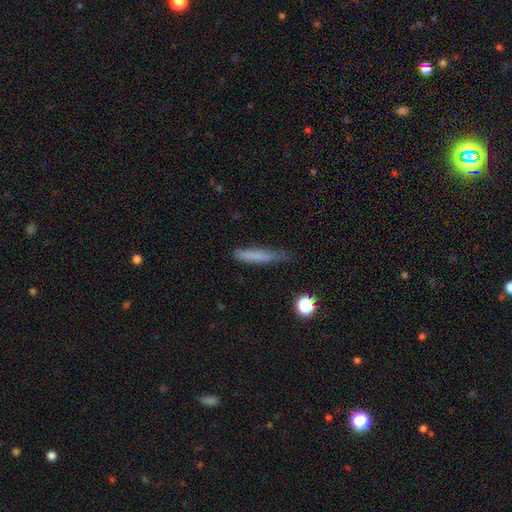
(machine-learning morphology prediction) A smooth galaxy with no disk features (72%) that is cigar-shaped (92%). Merging: none (65%).